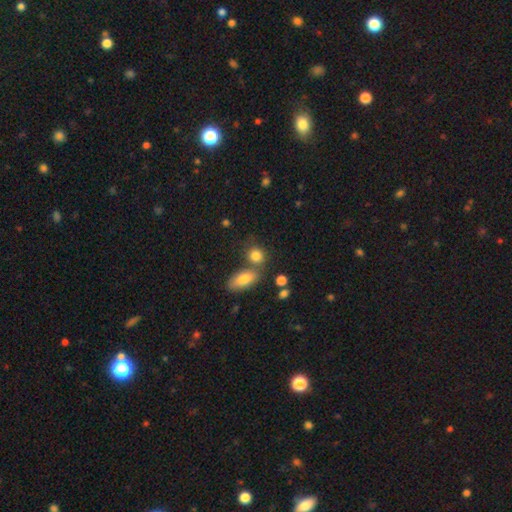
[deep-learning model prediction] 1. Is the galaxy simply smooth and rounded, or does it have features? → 83% smooth, 9% star or artifact, 7% featured or disk.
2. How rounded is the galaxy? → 62% round, 35% in between, 3% cigar-shaped.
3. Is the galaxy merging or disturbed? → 58% none, 26% merger, 12% minor disturbance, 4% major disturbance.